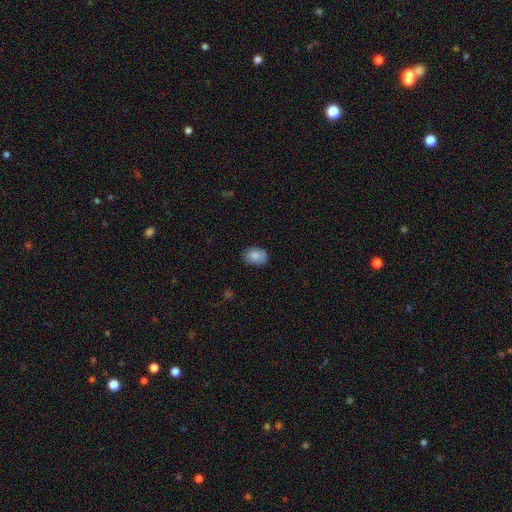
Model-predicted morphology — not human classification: This appears to be a smooth galaxy with no disk features (81%) that is in between round and cigar-shaped (70%). Merging: none (67%).